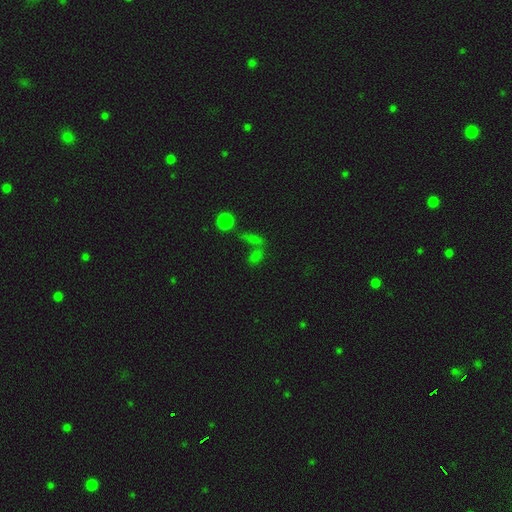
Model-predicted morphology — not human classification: Smooth or featured?
  - smooth: 52% *
  - star or artifact: 33%
  - featured or disk: 15%
How rounded?
  - in between: 59% *
  - round: 25%
  - cigar-shaped: 15%
Merging?
  - none: 41% *
  - merger: 37%
  - major disturbance: 12%
  - minor disturbance: 11%